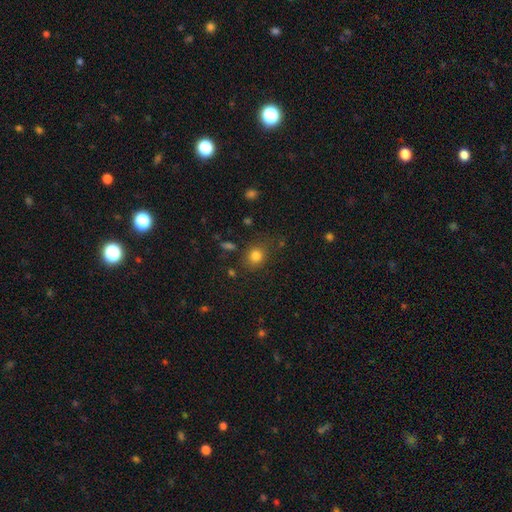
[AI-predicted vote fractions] smooth_or_featured: smooth (p=0.80) [alt: star or artifact p=0.13]
how_rounded: round (p=0.70) [alt: in between p=0.29]
merging: none (p=0.77) [alt: minor disturbance p=0.14]